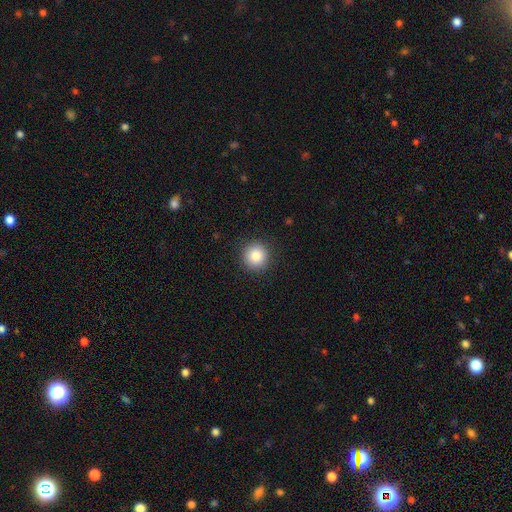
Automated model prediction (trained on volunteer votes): smooth_or_featured: smooth (p=0.86) [alt: star or artifact p=0.09]
how_rounded: round (p=0.94) [alt: in between p=0.05]
merging: none (p=0.91) [alt: minor disturbance p=0.06]